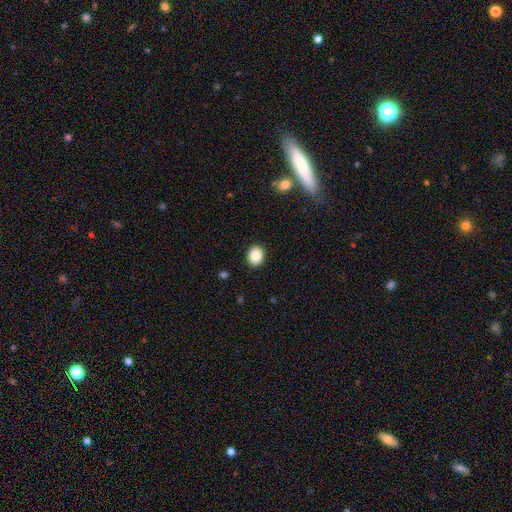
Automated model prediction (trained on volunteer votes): Smooth or featured? Predicted: smooth (p=0.85). How rounded? Predicted: round (p=0.56). Merging? Predicted: none (p=0.91).